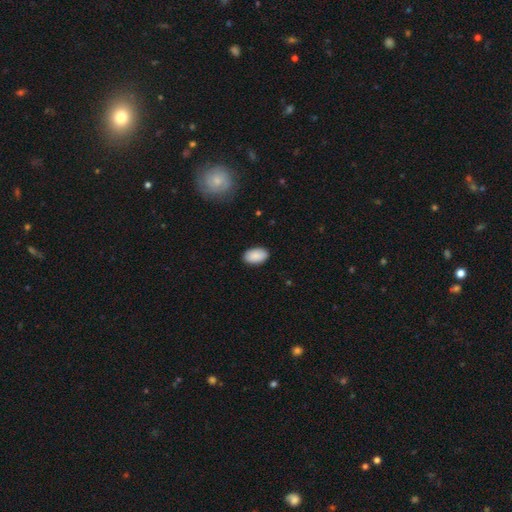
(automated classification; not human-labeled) The model was most divided on "merging": none: 88%, minor disturbance: 9%, major disturbance: 2%, merger: 1%. More confident: how rounded — in between (93%); smooth or featured — smooth (90%).